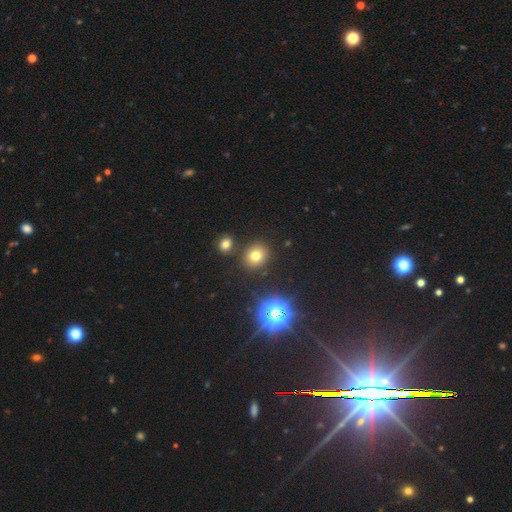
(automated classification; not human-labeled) A smooth galaxy with no disk features (70%) that is round (79%). Merging: none (85%).